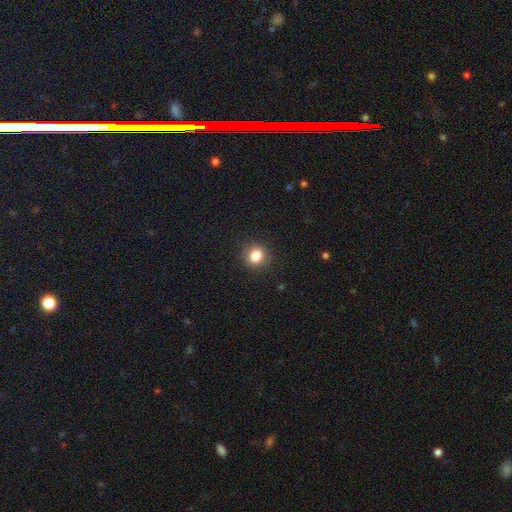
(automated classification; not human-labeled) smooth-or-featured: smooth: 84% | star or artifact: 11% | featured or disk: 6%
  how-rounded: round: 76% | in between: 23% | cigar-shaped: 1%
  merging: none: 89% | minor disturbance: 7% | major disturbance: 2% | merger: 1%